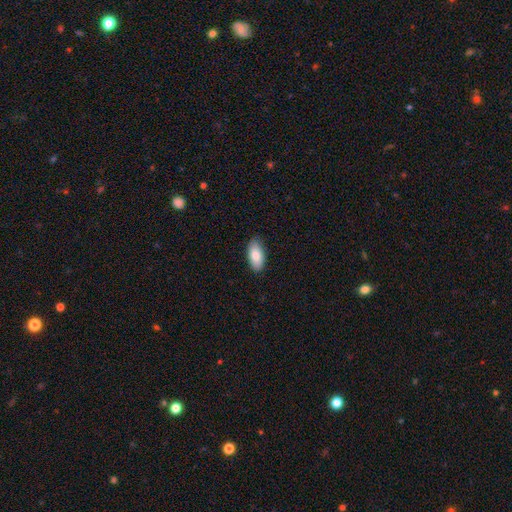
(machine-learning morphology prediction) Q: Smooth or featured?
A: smooth (84%); runner-up: featured or disk (10%)
Q: How rounded?
A: in between (92%); runner-up: cigar-shaped (6%)
Q: Merging?
A: none (87%); runner-up: minor disturbance (10%)